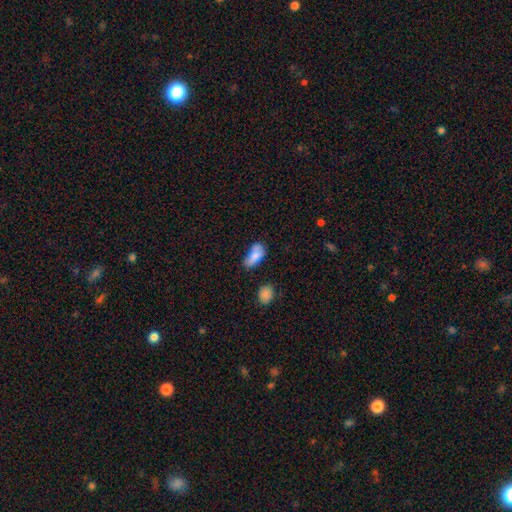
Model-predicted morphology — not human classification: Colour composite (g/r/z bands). It shows a smooth galaxy with no disk features (76%) that is in between round and cigar-shaped (88%). Merging: minor disturbance (38%).